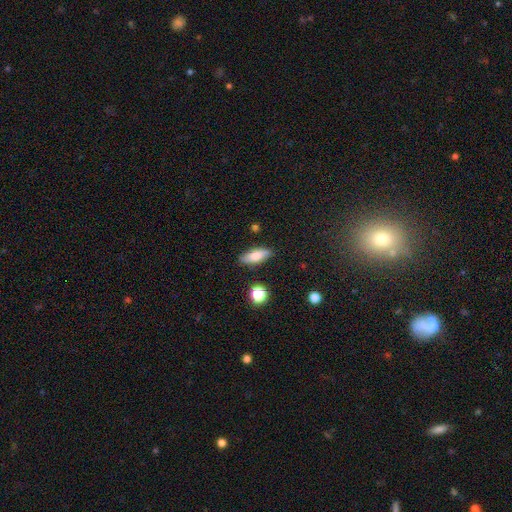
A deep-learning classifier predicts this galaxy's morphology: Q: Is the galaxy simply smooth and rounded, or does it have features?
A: smooth — 71%.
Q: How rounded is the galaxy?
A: in between — 64%.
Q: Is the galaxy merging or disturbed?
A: none — 85%.